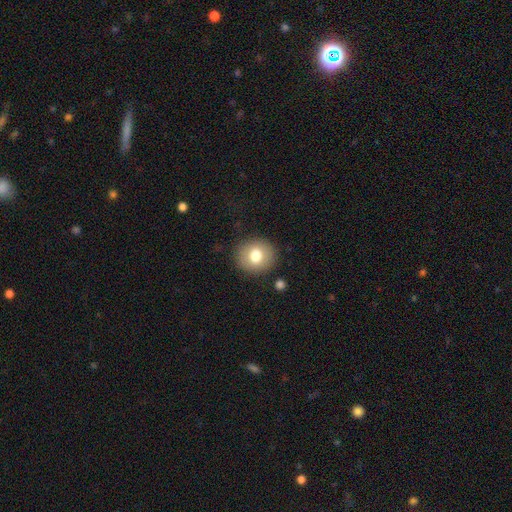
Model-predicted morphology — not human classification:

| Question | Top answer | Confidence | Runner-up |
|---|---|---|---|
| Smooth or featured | smooth | 75% | featured or disk (15%) |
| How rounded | round | 84% | in between (15%) |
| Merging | none | 88% | minor disturbance (8%) |